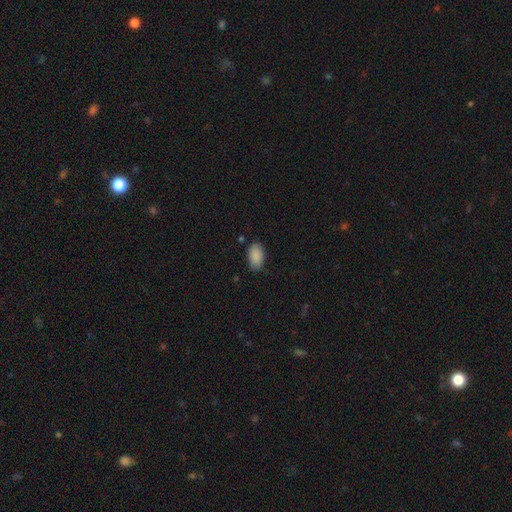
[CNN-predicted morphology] smooth_or_featured: smooth (p=0.89) [alt: star or artifact p=0.07]
how_rounded: in between (p=0.93) [alt: round p=0.05]
merging: none (p=0.78) [alt: minor disturbance p=0.17]